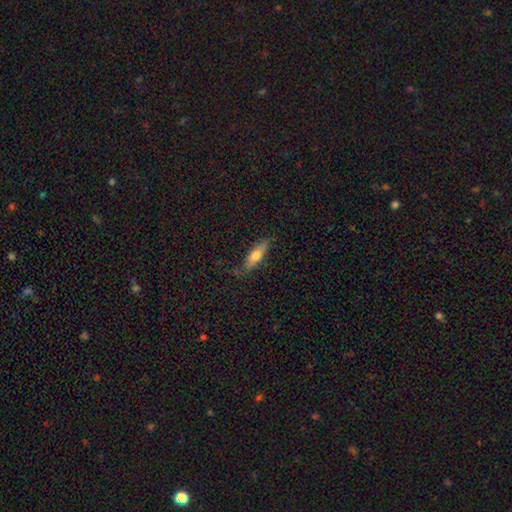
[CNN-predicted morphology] Overall: smooth (65%; featured or disk 29%). How rounded: cigar-shaped (57%; in between 41%). Merging: none (77%).